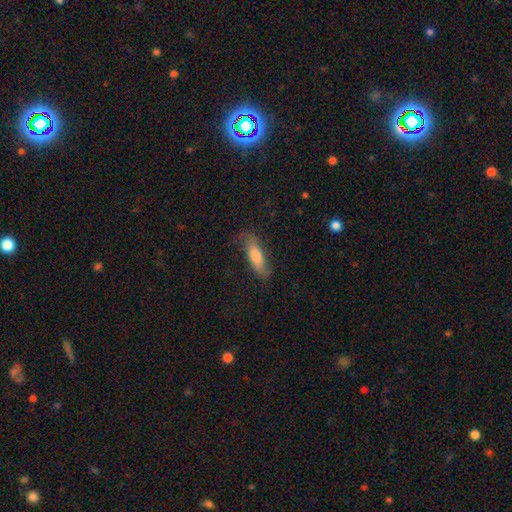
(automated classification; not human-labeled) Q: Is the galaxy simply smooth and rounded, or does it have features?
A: smooth — 60%.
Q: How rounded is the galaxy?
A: in between — 51%.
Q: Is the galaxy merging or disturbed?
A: none — 66%.